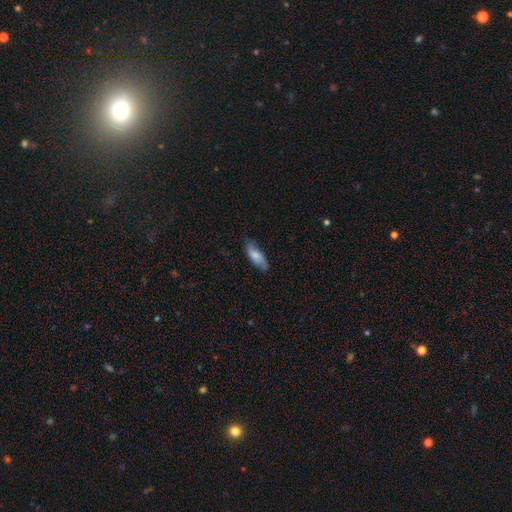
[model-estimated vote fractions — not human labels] Morphology: type=smooth (72%); roundness=in between (67%); merging=none (74%).